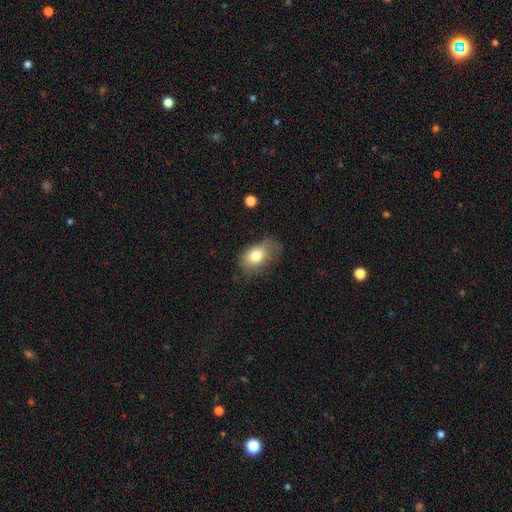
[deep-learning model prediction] The model was most divided on "merging": none: 47%, minor disturbance: 34%, major disturbance: 17%, merger: 2%. More confident: how rounded — in between (83%); smooth or featured — smooth (75%).